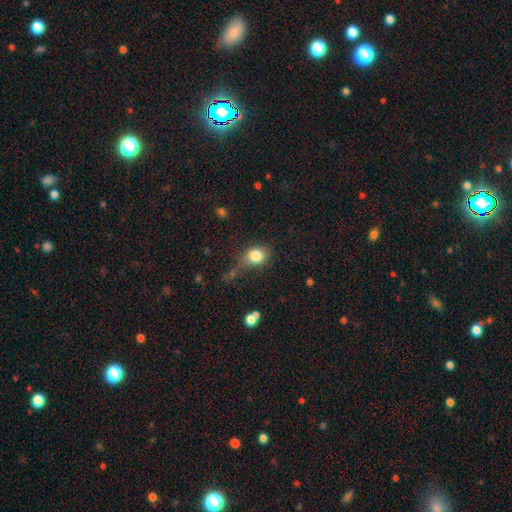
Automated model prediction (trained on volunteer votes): The model was most divided on "how rounded": round: 59%, in between: 39%, cigar-shaped: 1%. More confident: smooth or featured — smooth (81%); merging — none (54%).